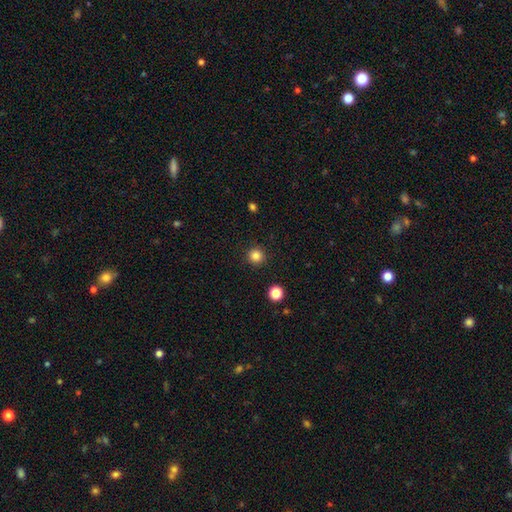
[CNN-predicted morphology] Q: Smooth or featured?
A: smooth (84%); runner-up: star or artifact (12%)
Q: How rounded?
A: round (95%); runner-up: in between (4%)
Q: Merging?
A: none (92%); runner-up: minor disturbance (5%)